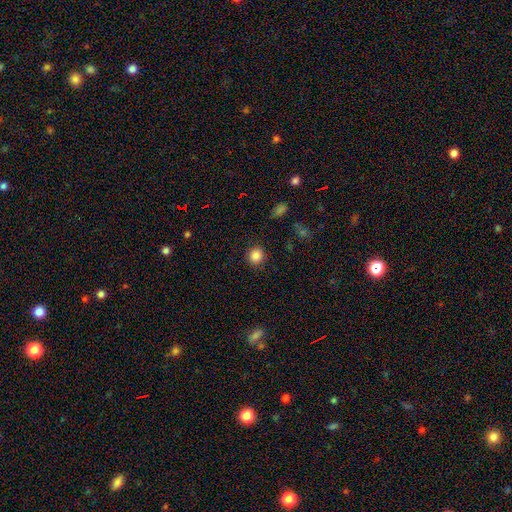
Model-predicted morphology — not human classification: smooth-or-featured: smooth: 85% | star or artifact: 11% | featured or disk: 4%
  how-rounded: round: 91% | in between: 8% | cigar-shaped: 1%
  merging: none: 91% | minor disturbance: 6% | major disturbance: 2% | merger: 1%